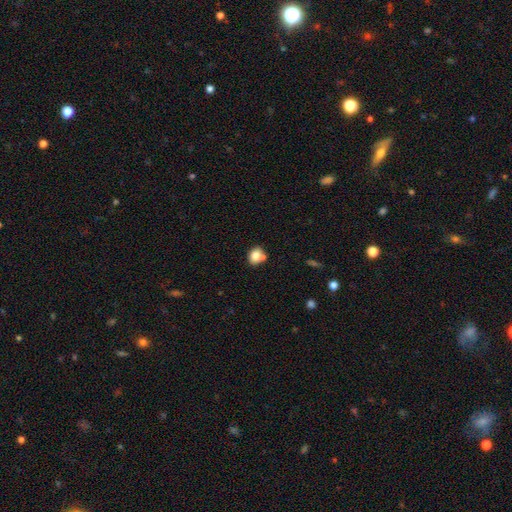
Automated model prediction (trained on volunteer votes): Smooth or featured: smooth — 80% (featured or disk — 11%)
How rounded: round — 60% (in between — 39%)
Merging: none — 61% (merger — 20%)